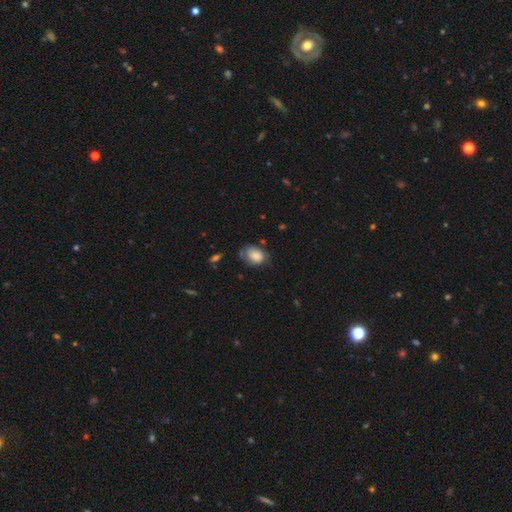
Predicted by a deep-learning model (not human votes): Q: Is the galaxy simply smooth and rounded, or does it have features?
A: smooth — 78%.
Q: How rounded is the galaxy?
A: in between — 75%.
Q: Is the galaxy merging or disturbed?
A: none — 48%.